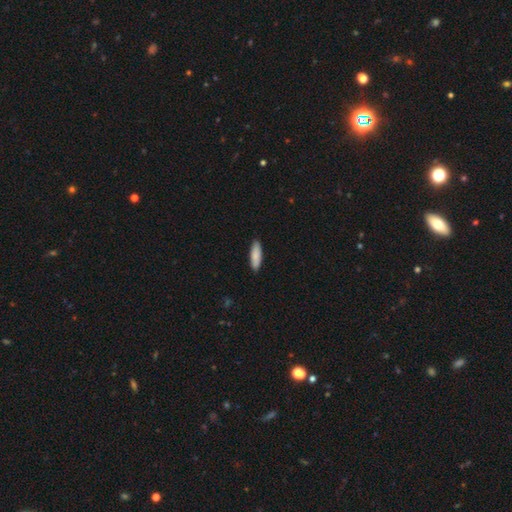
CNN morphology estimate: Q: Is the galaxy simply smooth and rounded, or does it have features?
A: smooth — 86%.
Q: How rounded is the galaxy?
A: cigar-shaped — 54%.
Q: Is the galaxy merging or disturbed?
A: none — 89%.